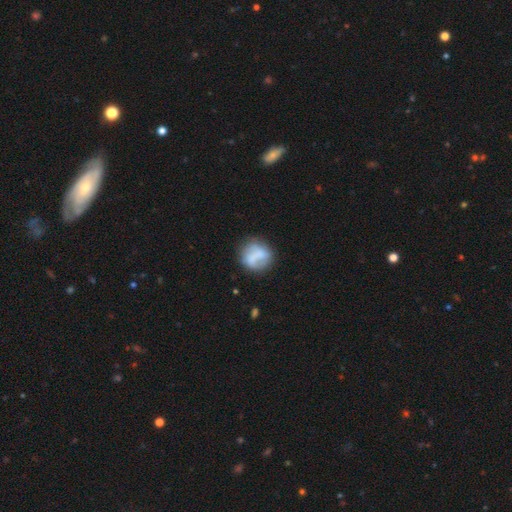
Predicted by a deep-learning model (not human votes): The model was most divided on "smooth or featured": smooth: 61%, featured or disk: 32%, star or artifact: 8%. More confident: how rounded — round (82%); merging — none (58%).